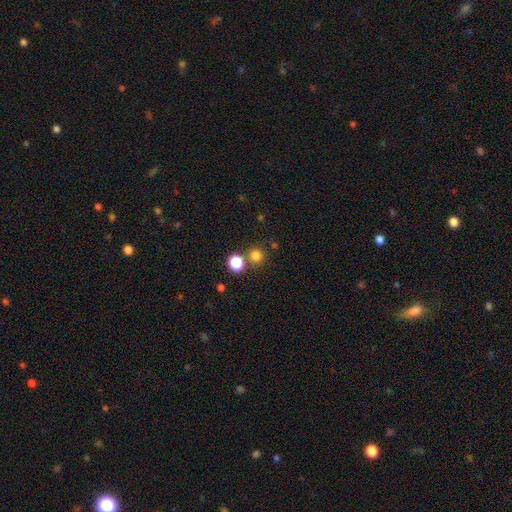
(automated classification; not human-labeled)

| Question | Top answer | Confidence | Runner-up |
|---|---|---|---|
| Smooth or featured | smooth | 78% | star or artifact (17%) |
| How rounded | round | 91% | in between (8%) |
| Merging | none | 76% | merger (15%) |